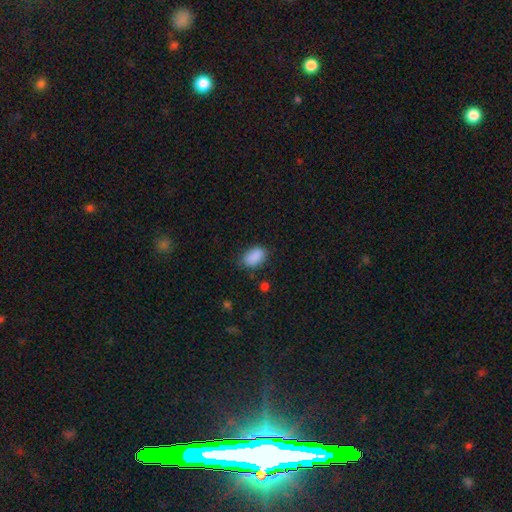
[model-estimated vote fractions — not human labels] Q: Smooth or featured?
A: smooth (89%); runner-up: star or artifact (8%)
Q: How rounded?
A: in between (90%); runner-up: round (8%)
Q: Merging?
A: none (78%); runner-up: minor disturbance (16%)